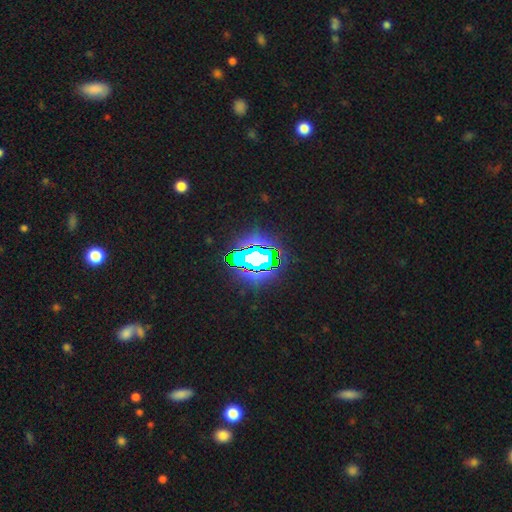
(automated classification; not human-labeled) smooth_or_featured: star or artifact (p=0.70) [alt: smooth p=0.15]